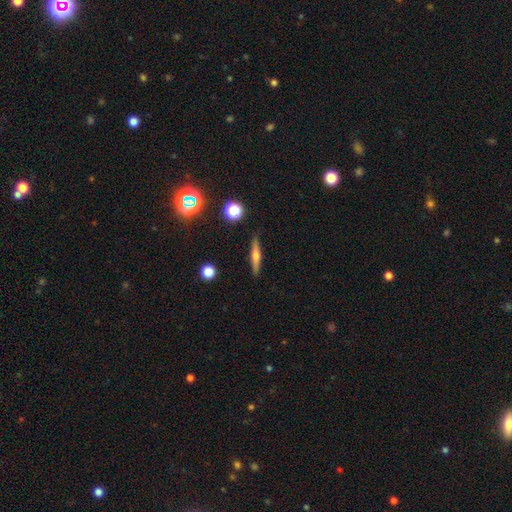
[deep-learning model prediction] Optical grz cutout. It shows a featured or disk galaxy (49%). Merging: none (89%).